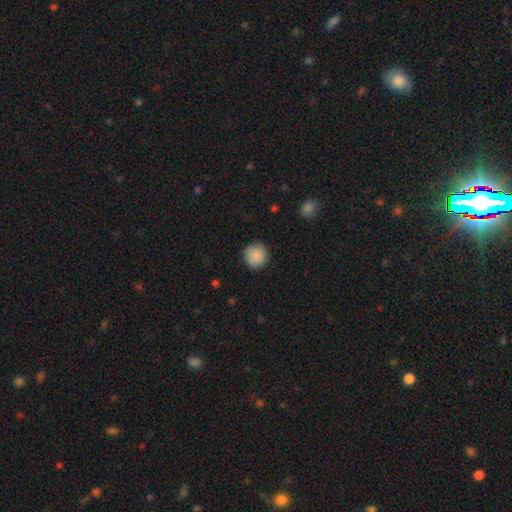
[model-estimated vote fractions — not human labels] Morphology: type=smooth (89%); roundness=round (93%); merging=none (89%).